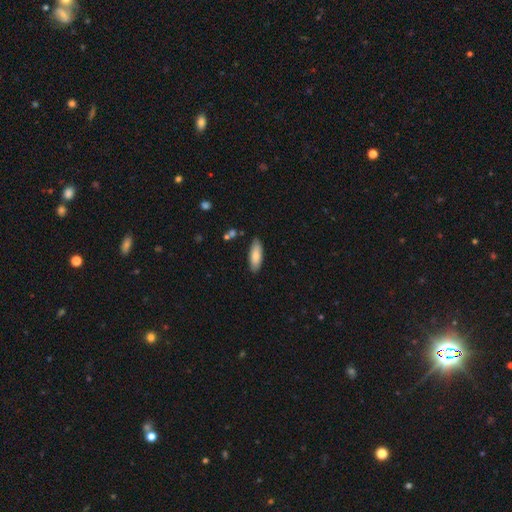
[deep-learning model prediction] Smooth or featured? smooth (80%)
How rounded? in between (66%)
Merging? none (85%)